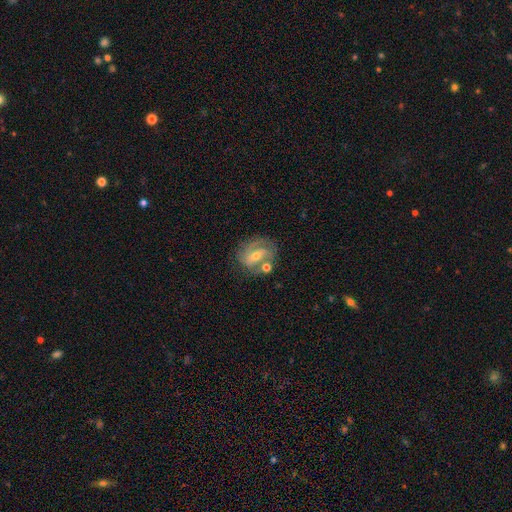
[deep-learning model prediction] Smooth or featured?
  - featured or disk: 72% *
  - smooth: 20%
  - star or artifact: 8%
Edge-on disk?
  - no: 96% *
  - yes: 4%
Bar?
  - weak: 41% *
  - strong: 33%
  - no: 26%
Spiral arms?
  - yes: 86% *
  - no: 14%
Spiral winding?
  - medium: 44% *
  - tight: 39%
  - loose: 17%
Spiral arm count?
  - 2: 65% *
  - can't tell: 15%
  - 1: 9%
  - 3: 8%
  - 4: 2%
  - more than 4: 2%
Bulge size?
  - moderate: 50% *
  - small: 45%
  - large: 2%
  - none: 2%
  - dominant: 1%
Merging?
  - none: 58% *
  - minor disturbance: 18%
  - merger: 15%
  - major disturbance: 9%